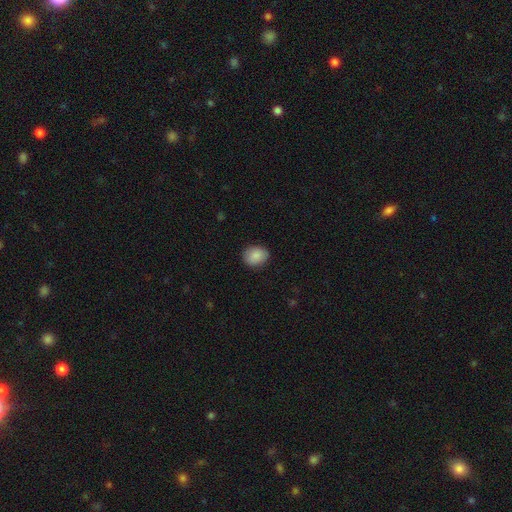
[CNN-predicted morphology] The model was most divided on "how rounded": round: 55%, in between: 45%, cigar-shaped: 1%. More confident: smooth or featured — smooth (89%); merging — none (86%).